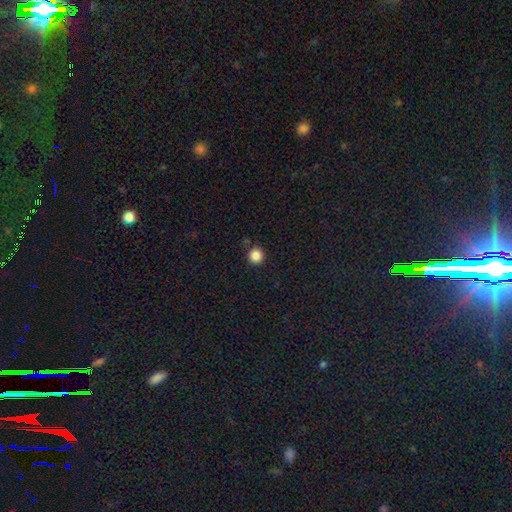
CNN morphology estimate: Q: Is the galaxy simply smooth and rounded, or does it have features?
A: smooth — 86%.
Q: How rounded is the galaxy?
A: round — 94%.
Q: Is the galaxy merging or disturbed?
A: none — 89%.